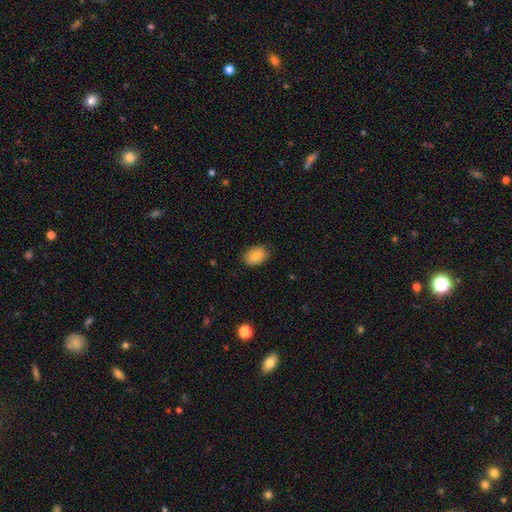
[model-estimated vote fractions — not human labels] Smooth or featured? Predicted: smooth (p=0.79). How rounded? Predicted: in between (p=0.80). Merging? Predicted: none (p=0.81).